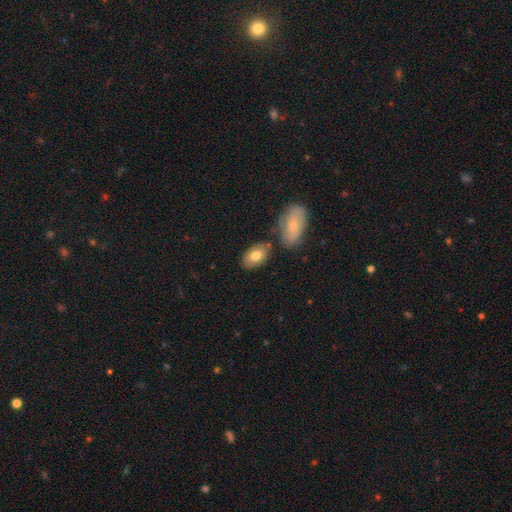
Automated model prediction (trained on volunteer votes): smooth-or-featured: smooth: 76% | featured or disk: 18% | star or artifact: 6%
  how-rounded: in between: 91% | round: 8% | cigar-shaped: 2%
  merging: none: 72% | minor disturbance: 13% | merger: 12% | major disturbance: 3%